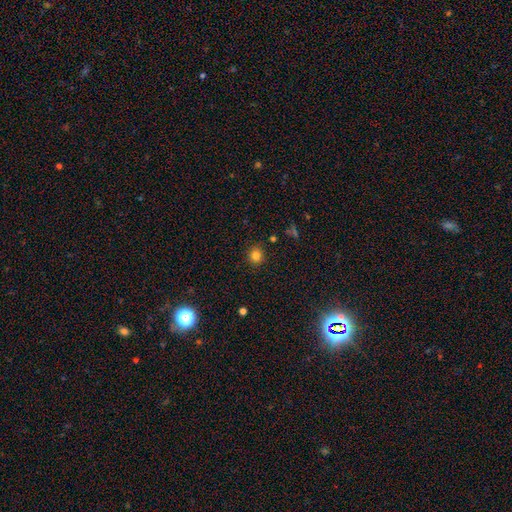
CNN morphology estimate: smooth 81%, star or artifact 13%, featured or disk 5%. Down the decision tree: how rounded — round (87%); merging — none (89%).